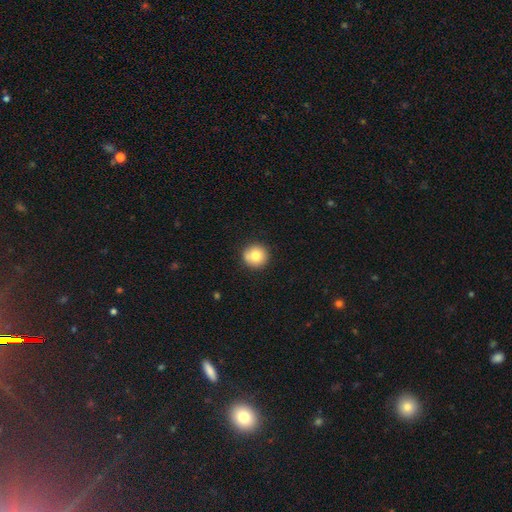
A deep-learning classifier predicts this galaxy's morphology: Overall: smooth (79%). How rounded: round (95%). Merging: none (84%).